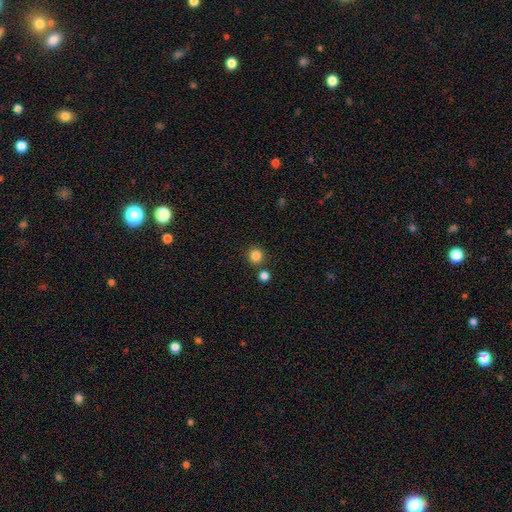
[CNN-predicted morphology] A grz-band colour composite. It shows a smooth galaxy with no disk features (84%) that is round (89%). Merging: none (79%).